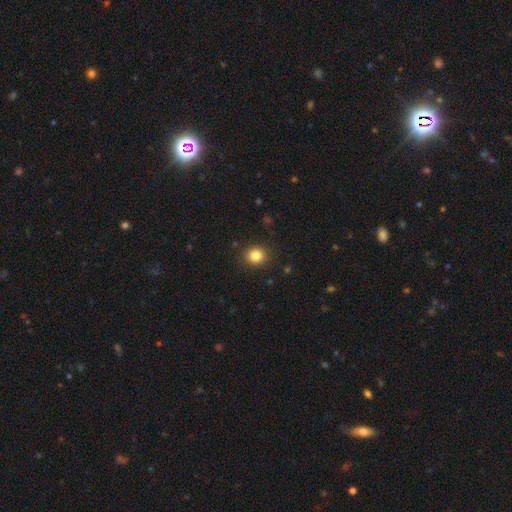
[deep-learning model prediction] A smooth galaxy with no disk features (83%) that is round (82%). Merging: none (90%).